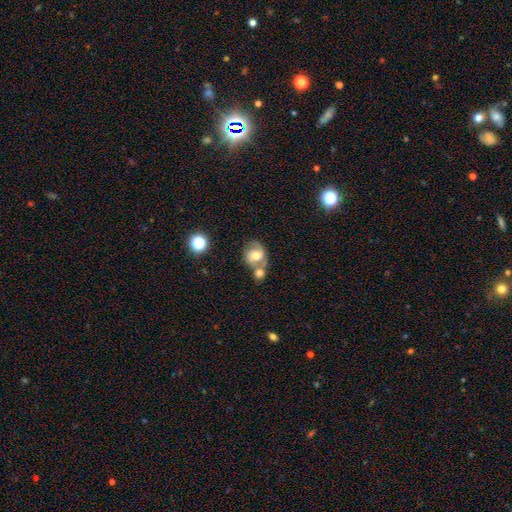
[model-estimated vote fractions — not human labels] Smooth or featured? Predicted: featured or disk (p=0.61). Edge-on disk? Predicted: no (p=0.97). Bar? Predicted: no (p=0.58). Spiral arms? Predicted: yes (p=0.85). Spiral winding? Predicted: medium (p=0.49). Spiral arm count? Predicted: 2 (p=0.77). Bulge size? Predicted: moderate (p=0.68). Merging? Predicted: merger (p=0.43).